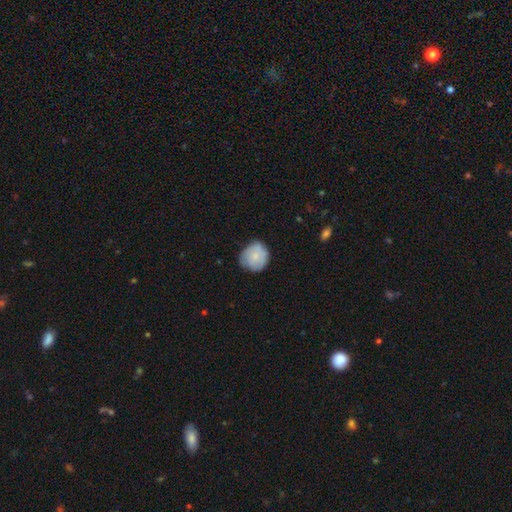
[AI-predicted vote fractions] A smooth galaxy with no disk features (76%) that is round (87%). Merging: none (69%).